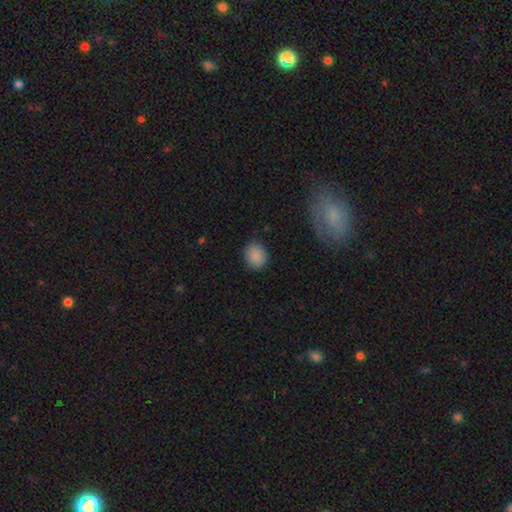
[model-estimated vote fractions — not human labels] Overall: smooth (88%). How rounded: round (69%; in between 30%). Merging: none (87%).